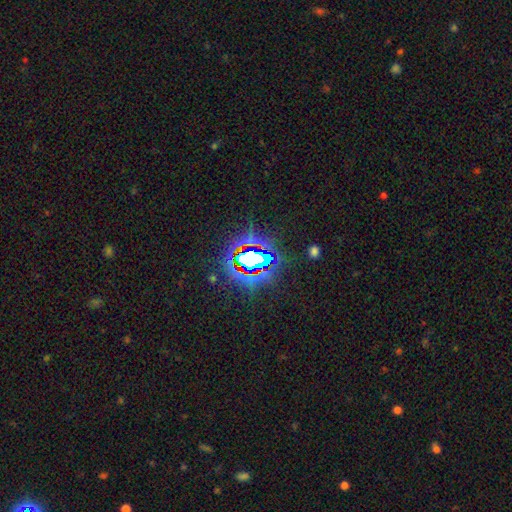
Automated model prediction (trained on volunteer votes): Overall: star or artifact (73%).